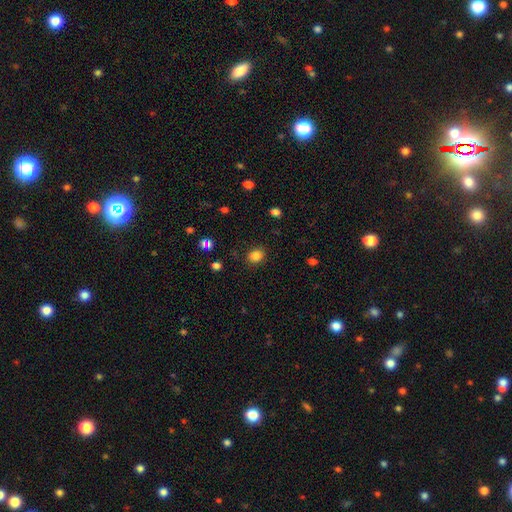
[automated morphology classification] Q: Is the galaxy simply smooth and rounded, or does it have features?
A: smooth — 83%.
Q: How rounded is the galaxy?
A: round — 56%.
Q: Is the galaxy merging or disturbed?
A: none — 86%.